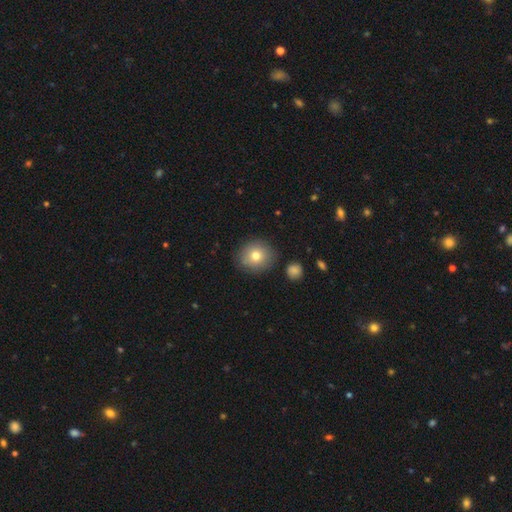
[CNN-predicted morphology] Smooth or featured? Predicted: smooth (p=0.75). How rounded? Predicted: round (p=0.85). Merging? Predicted: none (p=0.85).